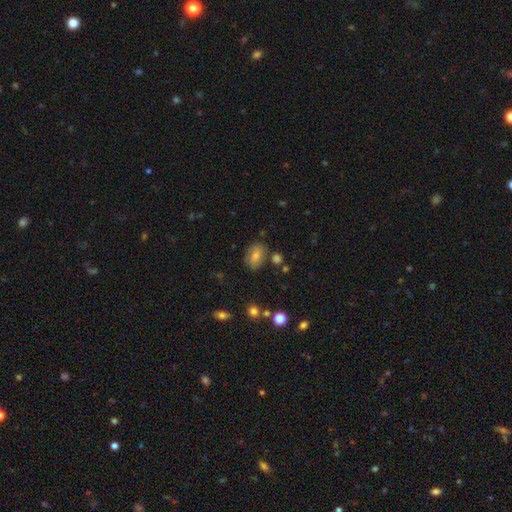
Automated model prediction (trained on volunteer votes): A smooth galaxy with no disk features (64%) that is in between round and cigar-shaped (76%). Merging: none (75%).